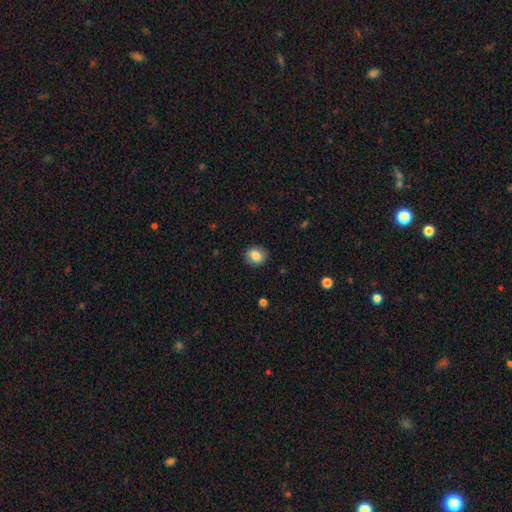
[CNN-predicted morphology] smooth_or_featured: smooth (p=0.83) [alt: featured or disk p=0.09]
how_rounded: round (p=0.64) [alt: in between p=0.35]
merging: none (p=0.85) [alt: minor disturbance p=0.11]